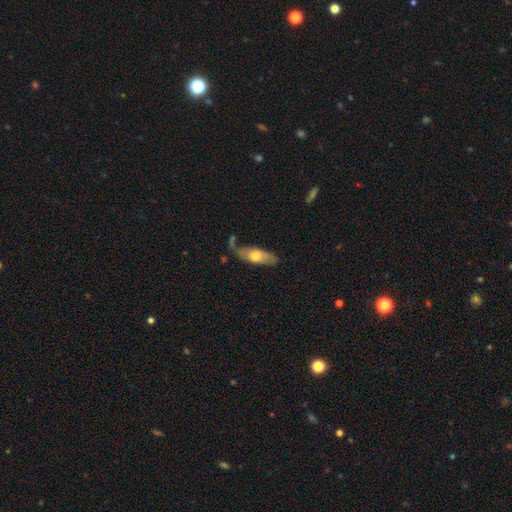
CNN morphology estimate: type=smooth (58%); roundness=in between (71%); merging=none (49%).